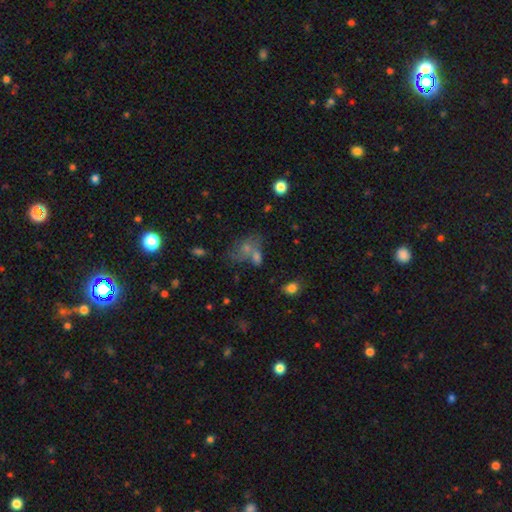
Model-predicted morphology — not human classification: A smooth galaxy with no disk features (56%) that is in between round and cigar-shaped (70%).

Vote fractions:
- Smooth or featured? smooth: 56% / star or artifact: 22% / featured or disk: 22%
- How rounded? in between: 70% / round: 27% / cigar-shaped: 3%
- Merging? merger: 39% / none: 36% / minor disturbance: 15% / major disturbance: 11%